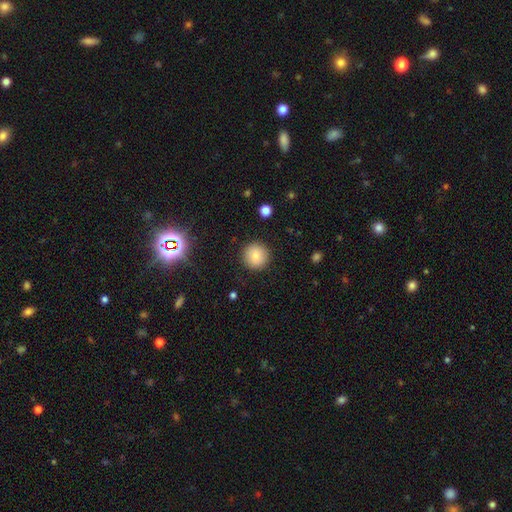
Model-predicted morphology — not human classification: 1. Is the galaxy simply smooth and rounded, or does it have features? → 81% smooth, 10% star or artifact, 8% featured or disk.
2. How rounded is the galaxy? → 95% round, 4% in between, 1% cigar-shaped.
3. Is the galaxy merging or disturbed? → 90% none, 6% minor disturbance, 2% major disturbance, 1% merger.